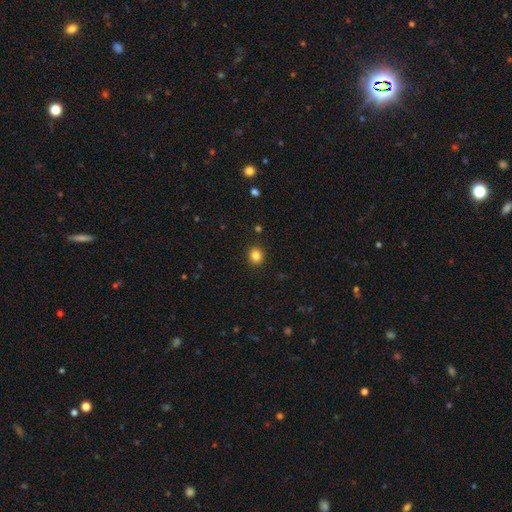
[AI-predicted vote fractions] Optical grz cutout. It shows a smooth galaxy with no disk features (84%) that is round (80%). Merging: none (91%).